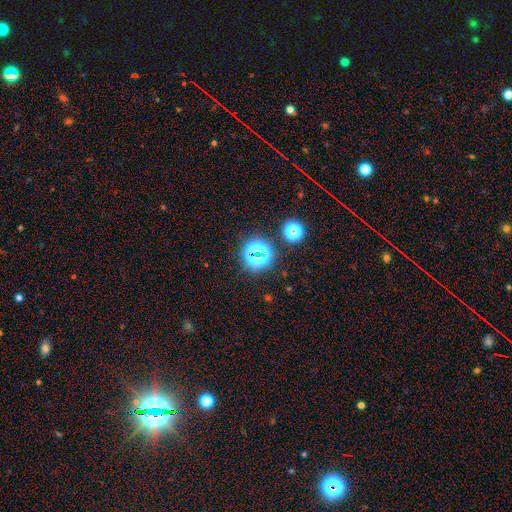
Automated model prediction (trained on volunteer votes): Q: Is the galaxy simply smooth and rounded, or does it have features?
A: star or artifact — 61%.